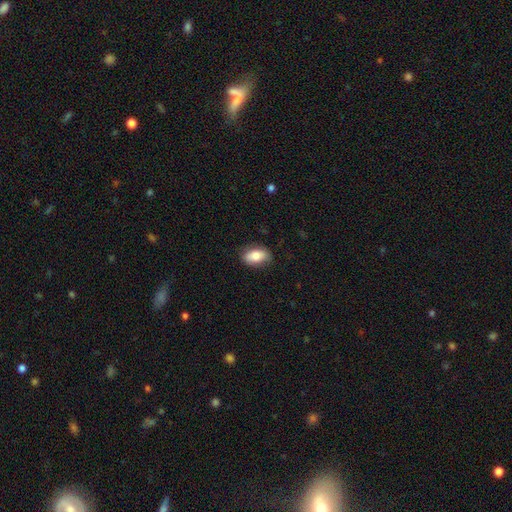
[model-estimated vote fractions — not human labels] Smooth or featured? Predicted: smooth (p=0.80). How rounded? Predicted: in between (p=0.90). Merging? Predicted: none (p=0.81).